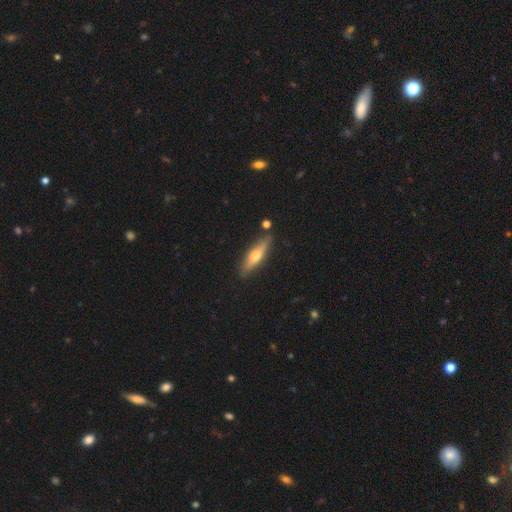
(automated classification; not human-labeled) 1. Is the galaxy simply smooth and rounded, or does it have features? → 52% featured or disk, 42% smooth, 6% star or artifact.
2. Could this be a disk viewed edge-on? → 92% yes, 8% no.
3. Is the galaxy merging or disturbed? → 85% none, 10% minor disturbance, 3% merger, 2% major disturbance.